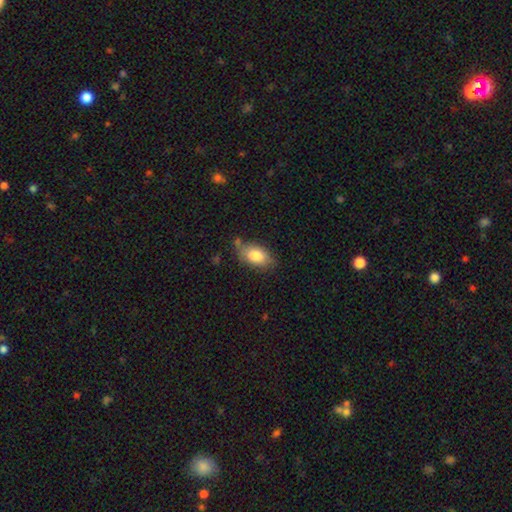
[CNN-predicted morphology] Smooth or featured? Predicted: smooth (p=0.81). How rounded? Predicted: in between (p=0.90). Merging? Predicted: none (p=0.65).